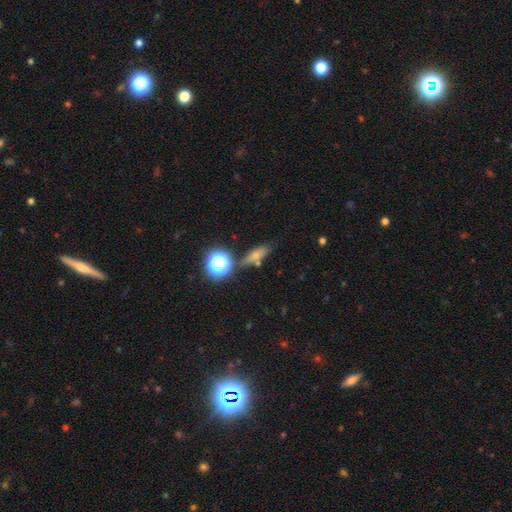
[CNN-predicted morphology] This is marginally a smooth galaxy (39%). Merging: likely none (76%).